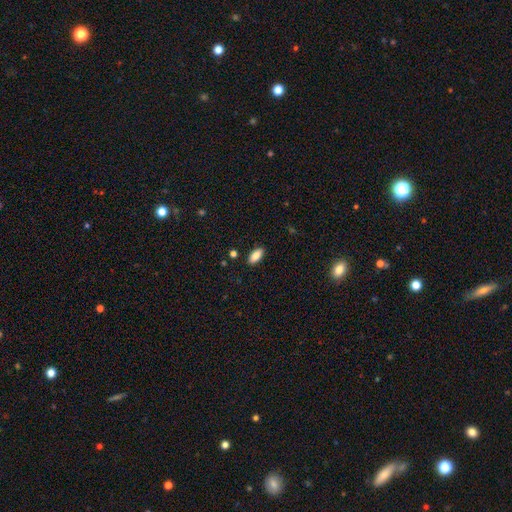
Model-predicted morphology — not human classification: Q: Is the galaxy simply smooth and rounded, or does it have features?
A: smooth — 85%.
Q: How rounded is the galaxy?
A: in between — 86%.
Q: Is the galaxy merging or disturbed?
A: none — 88%.